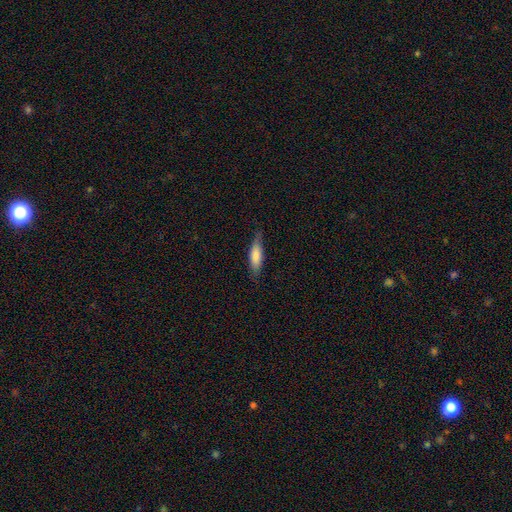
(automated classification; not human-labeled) This is likely a smooth galaxy (77%). How rounded: possibly cigar-shaped (52%). Merging: likely none (74%).